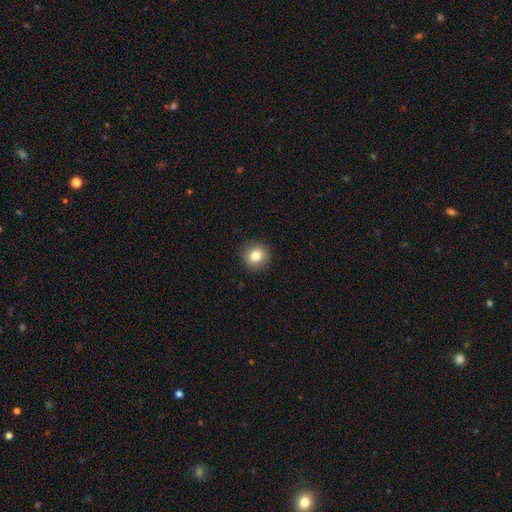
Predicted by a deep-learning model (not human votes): Smooth or featured: smooth — 82% (star or artifact — 11%)
How rounded: round — 90% (in between — 9%)
Merging: none — 92% (minor disturbance — 6%)